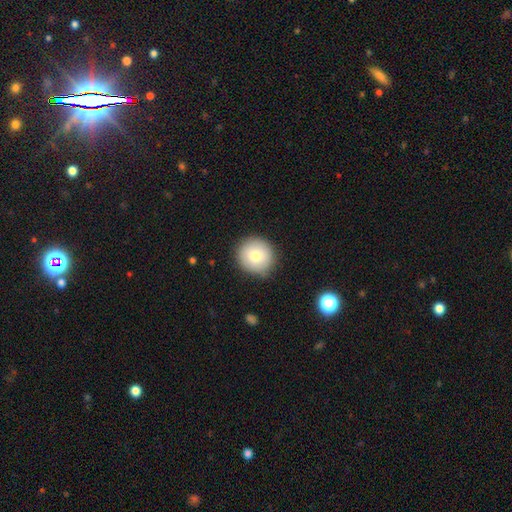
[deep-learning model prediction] Smooth or featured?
  - smooth: 77% *
  - featured or disk: 14%
  - star or artifact: 8%
How rounded?
  - round: 92% *
  - in between: 7%
  - cigar-shaped: 1%
Merging?
  - none: 86% *
  - minor disturbance: 10%
  - major disturbance: 3%
  - merger: 1%